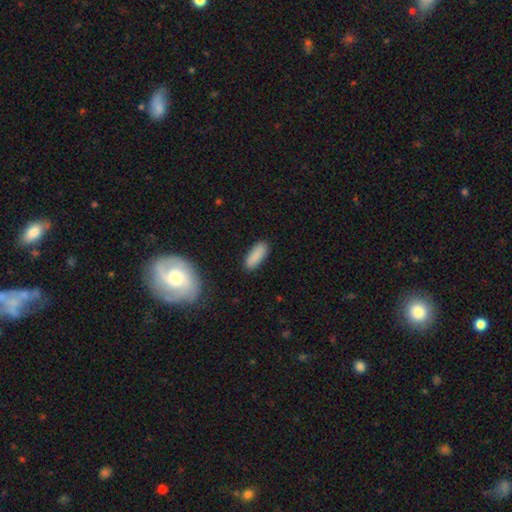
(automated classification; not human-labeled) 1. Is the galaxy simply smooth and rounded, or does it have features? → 88% smooth, 7% star or artifact, 5% featured or disk.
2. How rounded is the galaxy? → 71% in between, 27% cigar-shaped, 2% round.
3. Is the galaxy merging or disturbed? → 86% none, 10% minor disturbance, 2% major disturbance, 1% merger.